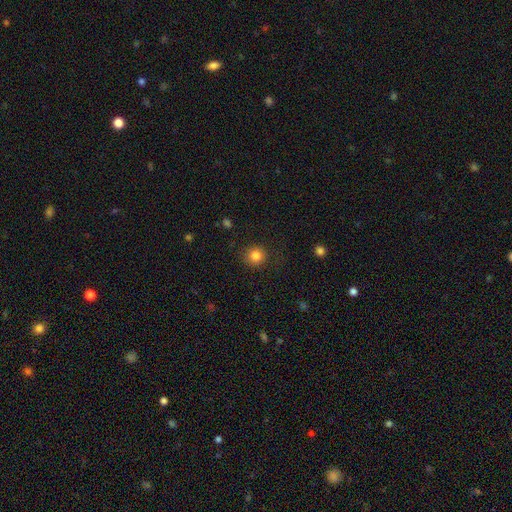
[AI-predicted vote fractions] Smooth or featured? Predicted: smooth (p=0.83). How rounded? Predicted: round (p=0.90). Merging? Predicted: none (p=0.87).